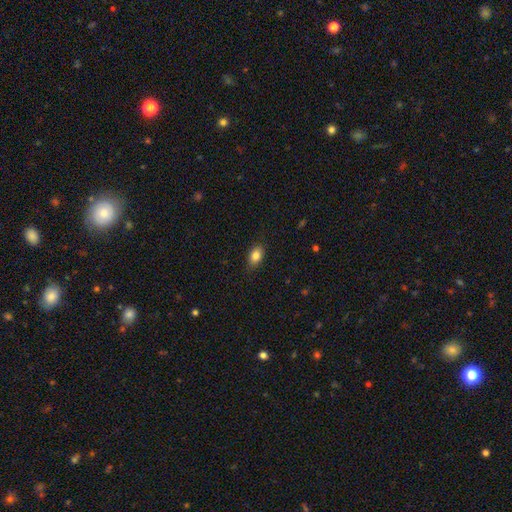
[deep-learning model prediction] Smooth or featured? smooth (84%)
How rounded? in between (88%)
Merging? none (87%)